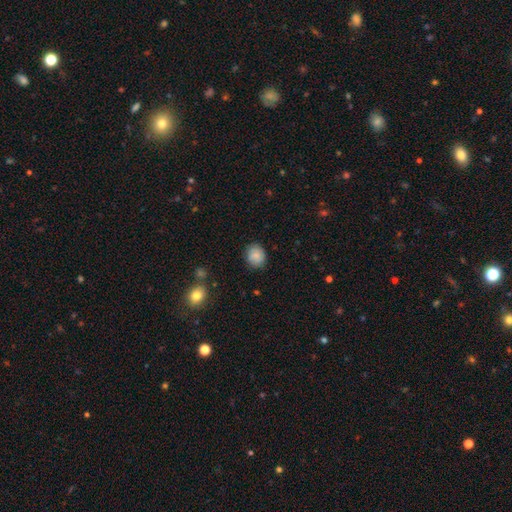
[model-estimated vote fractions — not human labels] A smooth galaxy with no disk features (86%) that is round (71%). Merging: none (83%).